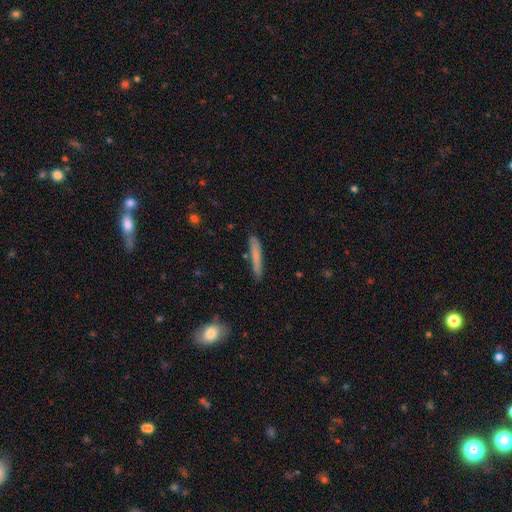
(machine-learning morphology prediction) smooth-or-featured: smooth: 72% | featured or disk: 21% | star or artifact: 7%
  how-rounded: cigar-shaped: 95% | in between: 4% | round: 1%
  merging: none: 83% | minor disturbance: 13% | merger: 2% | major disturbance: 2%